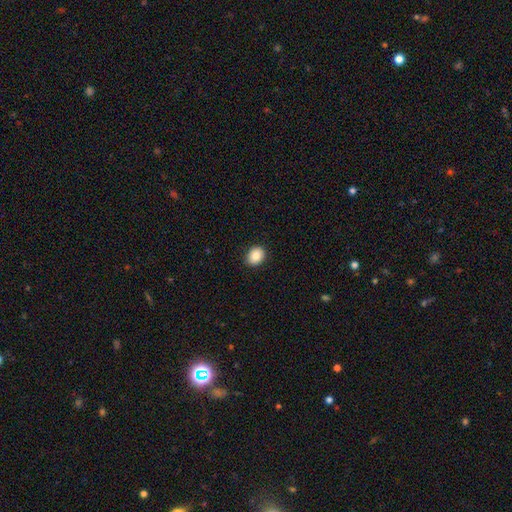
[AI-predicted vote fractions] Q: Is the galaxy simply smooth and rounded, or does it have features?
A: smooth — 84%.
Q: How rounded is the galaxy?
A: round — 52%.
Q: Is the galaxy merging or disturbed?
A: none — 90%.